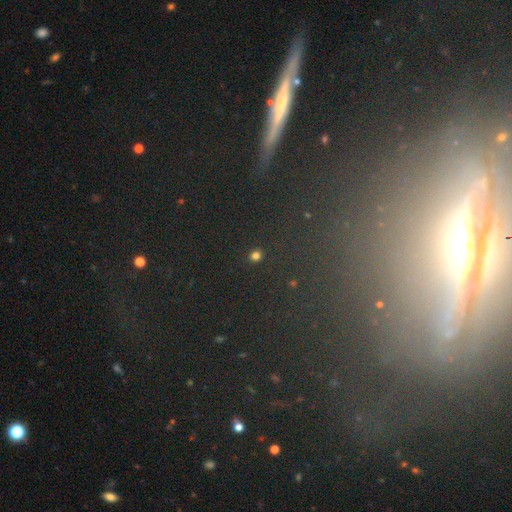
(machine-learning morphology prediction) Q: Smooth or featured?
A: smooth (74%); runner-up: star or artifact (22%)
Q: How rounded?
A: round (79%); runner-up: in between (20%)
Q: Merging?
A: none (89%); runner-up: minor disturbance (6%)